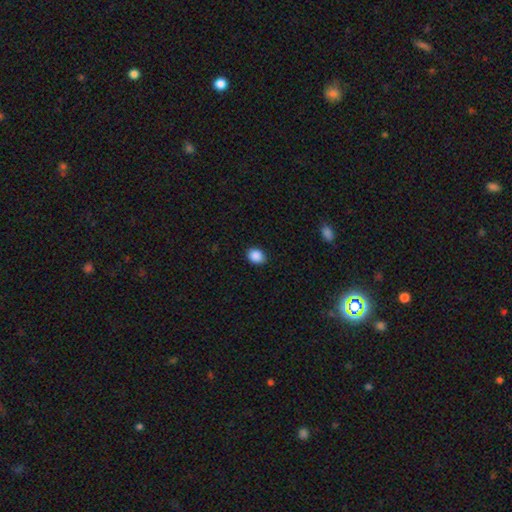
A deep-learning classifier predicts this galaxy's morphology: This appears to be a smooth galaxy with no disk features (89%) that is in between round and cigar-shaped (54%). Merging: none (89%).